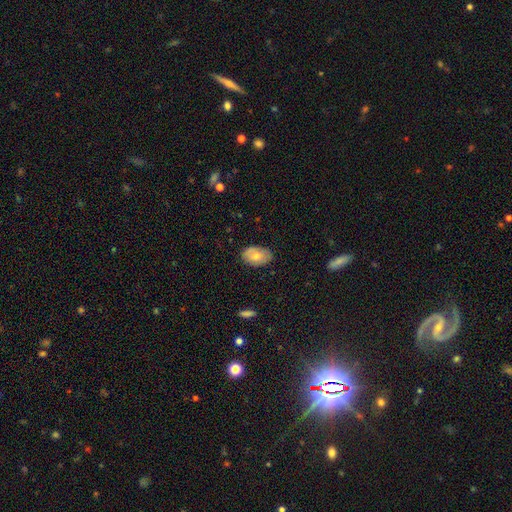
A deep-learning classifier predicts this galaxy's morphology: smooth_or_featured: smooth (p=0.70) [alt: featured or disk p=0.24]
how_rounded: in between (p=0.89) [alt: round p=0.09]
merging: none (p=0.78) [alt: minor disturbance p=0.18]